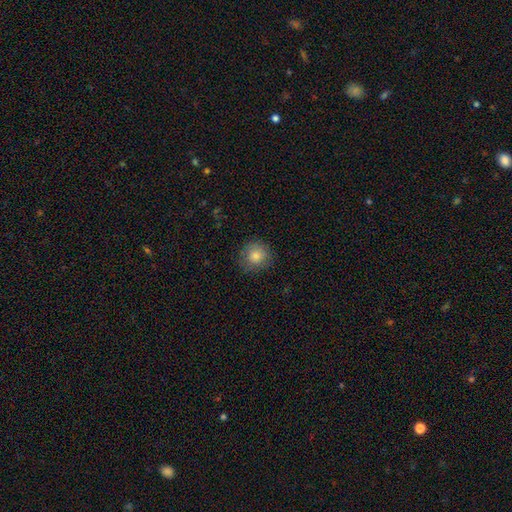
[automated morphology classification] type=smooth (82%); roundness=round (91%); merging=none (85%).